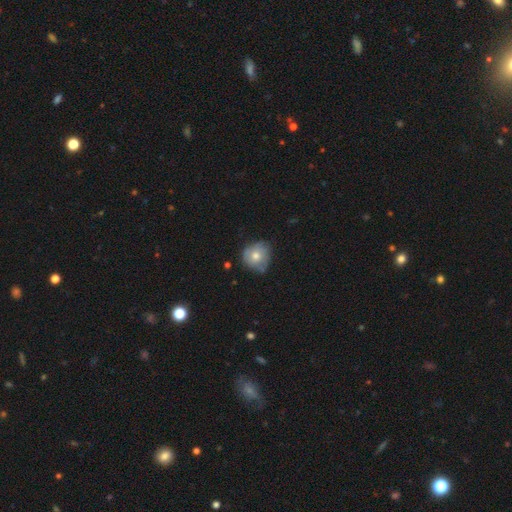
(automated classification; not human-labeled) Q: Smooth or featured?
A: smooth (62%); runner-up: featured or disk (30%)
Q: How rounded?
A: round (82%); runner-up: in between (17%)
Q: Merging?
A: none (59%); runner-up: minor disturbance (31%)